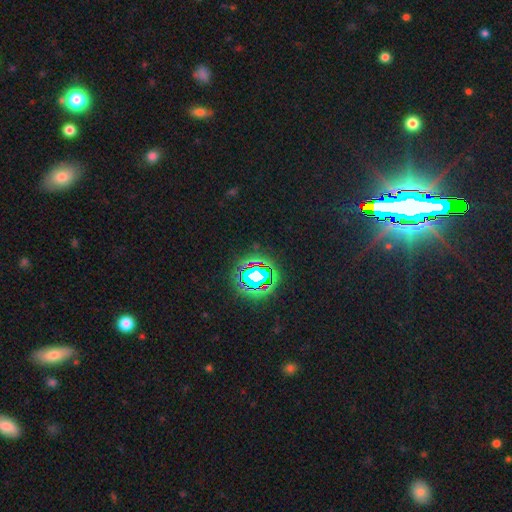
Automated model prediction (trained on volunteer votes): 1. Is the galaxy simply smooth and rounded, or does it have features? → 82% star or artifact, 10% smooth, 8% featured or disk.